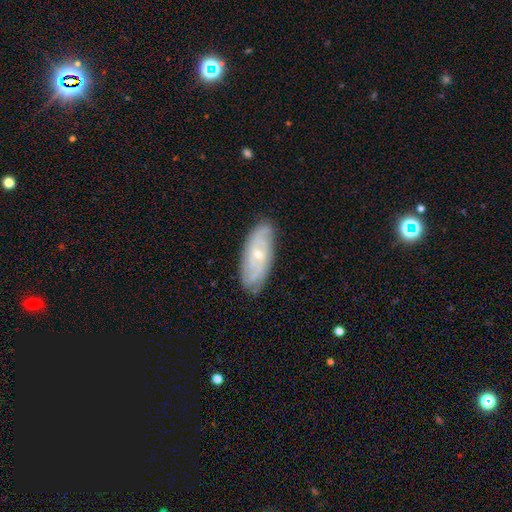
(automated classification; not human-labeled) Overall: featured or disk (57%; smooth 31%). Edge-on disk: no (83%). Merging: none (85%).